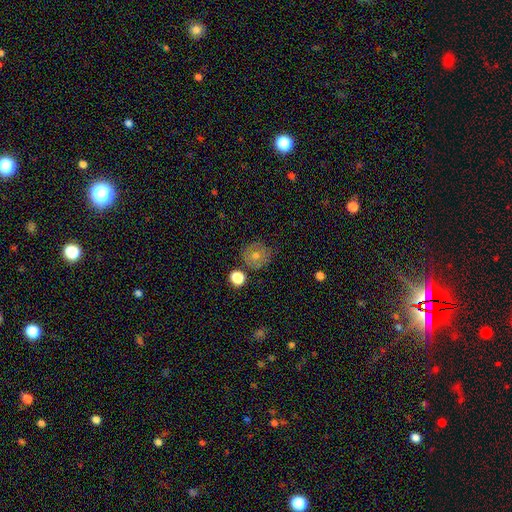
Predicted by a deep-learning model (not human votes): Smooth or featured: smooth — 50% (featured or disk — 35%)
Merging: none — 80% (minor disturbance — 13%)